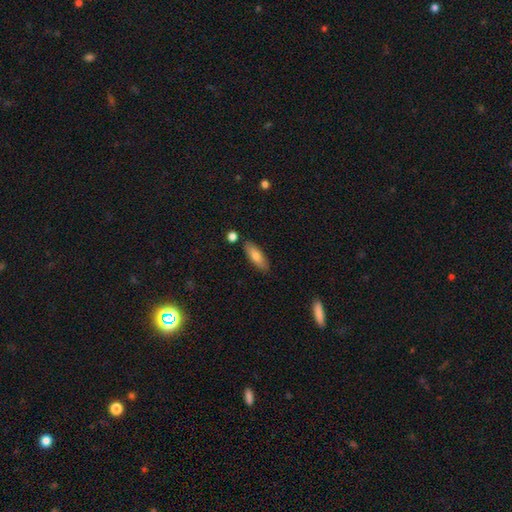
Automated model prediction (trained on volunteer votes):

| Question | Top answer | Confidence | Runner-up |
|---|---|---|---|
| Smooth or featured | smooth | 74% | featured or disk (20%) |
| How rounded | in between | 55% | cigar-shaped (42%) |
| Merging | none | 83% | minor disturbance (11%) |